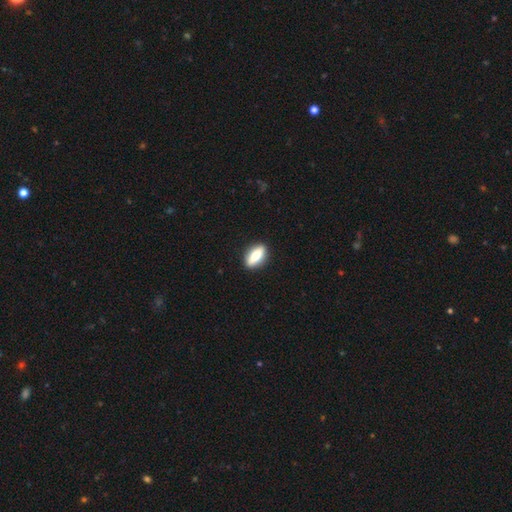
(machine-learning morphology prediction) A smooth galaxy with no disk features (73%) that is in between round and cigar-shaped (73%).

Vote fractions:
- Smooth or featured? smooth: 73% / featured or disk: 21% / star or artifact: 7%
- How rounded? in between: 73% / cigar-shaped: 23% / round: 5%
- Merging? none: 89% / minor disturbance: 8% / major disturbance: 2% / merger: 1%